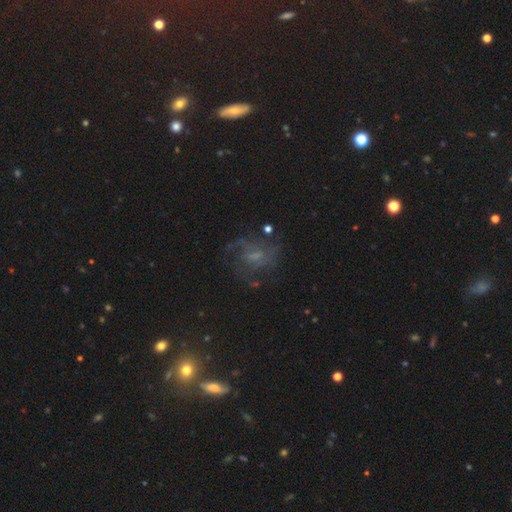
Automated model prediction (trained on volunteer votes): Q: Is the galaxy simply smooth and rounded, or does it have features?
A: featured or disk — 63%.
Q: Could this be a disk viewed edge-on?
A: no — 97%.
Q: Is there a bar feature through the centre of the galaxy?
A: no — 49%.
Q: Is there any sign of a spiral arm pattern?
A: yes — 78%.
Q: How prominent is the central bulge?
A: small — 42%.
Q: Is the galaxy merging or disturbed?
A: none — 56%.